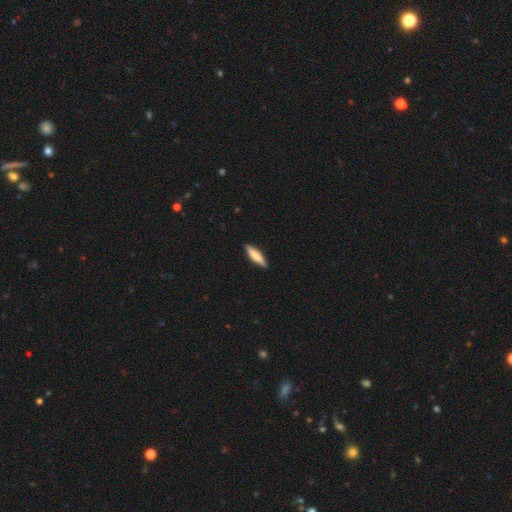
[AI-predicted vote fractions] Smooth or featured? Predicted: smooth (p=0.73). How rounded? Predicted: cigar-shaped (p=0.78). Merging? Predicted: none (p=0.89).